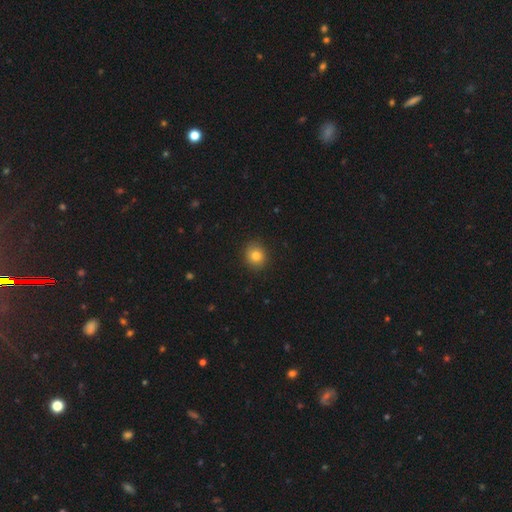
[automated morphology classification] The model was most divided on "how rounded": round: 80%, in between: 19%, cigar-shaped: 1%. More confident: merging — none (89%); smooth or featured — smooth (82%).